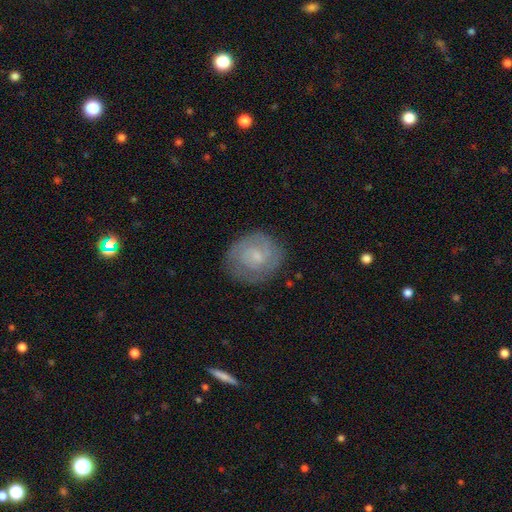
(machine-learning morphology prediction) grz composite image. It shows a featured or disk galaxy (65%) with no bar (54%), 2 (47%) tight (63%) spiral arms (87%) and a small central bulge (63%). Merging: none (78%).